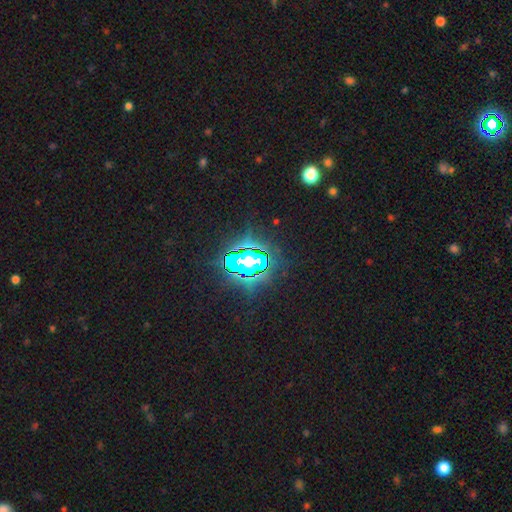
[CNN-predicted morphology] Smooth or featured? star or artifact (83%)